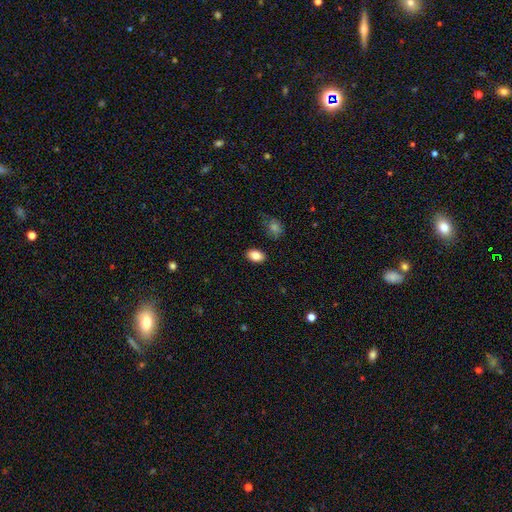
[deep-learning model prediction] Smooth or featured?
  - smooth: 84% *
  - star or artifact: 8%
  - featured or disk: 8%
How rounded?
  - in between: 87% *
  - round: 11%
  - cigar-shaped: 1%
Merging?
  - none: 87% *
  - minor disturbance: 9%
  - major disturbance: 2%
  - merger: 2%